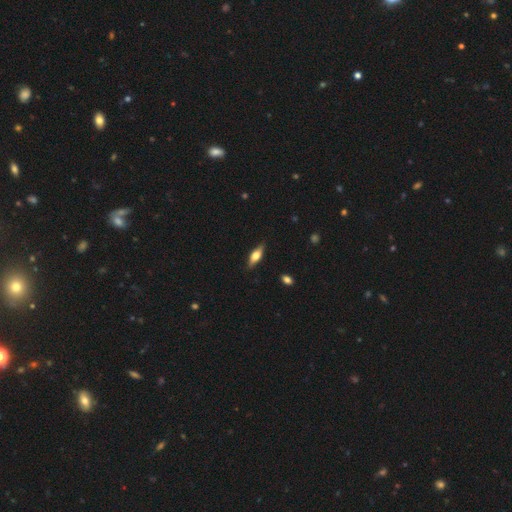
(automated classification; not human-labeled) Smooth or featured?
  - smooth: 54% *
  - featured or disk: 39%
  - star or artifact: 7%
How rounded?
  - in between: 64% *
  - cigar-shaped: 33%
  - round: 3%
Merging?
  - none: 85% *
  - minor disturbance: 11%
  - major disturbance: 2%
  - merger: 1%